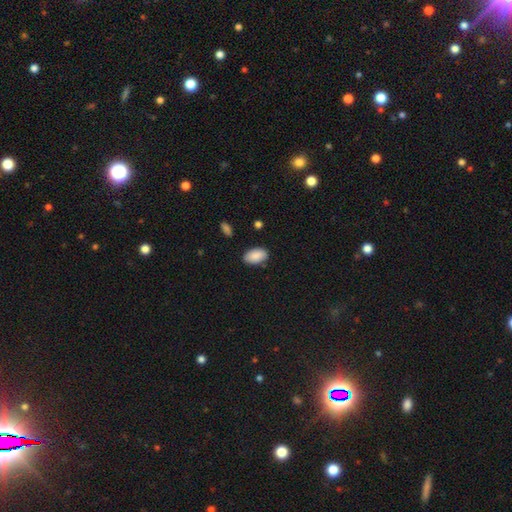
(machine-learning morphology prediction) smooth-or-featured: smooth: 89% | star or artifact: 6% | featured or disk: 5%
  how-rounded: in between: 94% | round: 5% | cigar-shaped: 1%
  merging: none: 83% | minor disturbance: 13% | major disturbance: 3% | merger: 2%